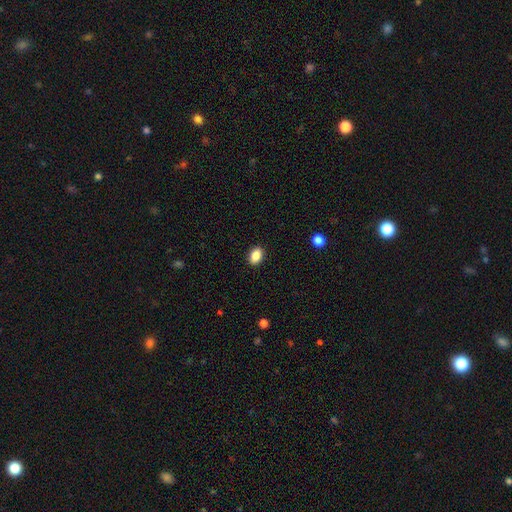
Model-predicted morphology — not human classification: smooth 87%, star or artifact 8%, featured or disk 5%. Down the decision tree: how rounded — in between (82%); merging — none (90%).